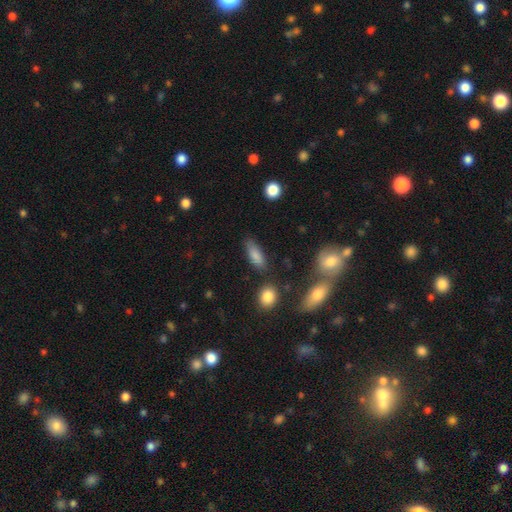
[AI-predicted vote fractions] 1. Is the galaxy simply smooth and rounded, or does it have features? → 82% smooth, 10% featured or disk, 8% star or artifact.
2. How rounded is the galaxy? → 70% in between, 26% cigar-shaped, 3% round.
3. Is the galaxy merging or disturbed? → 72% none, 17% minor disturbance, 6% merger, 5% major disturbance.